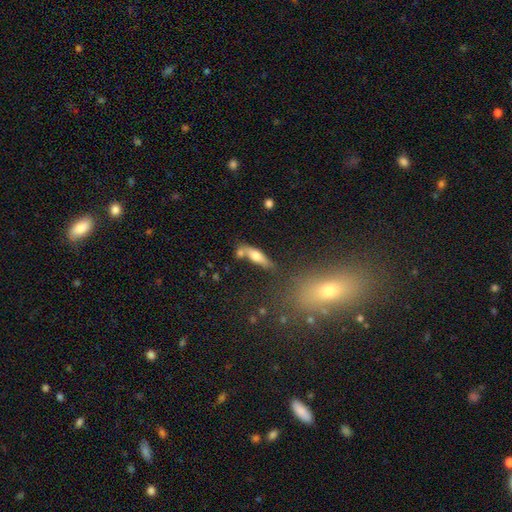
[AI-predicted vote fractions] Q: Smooth or featured?
A: smooth (60%); runner-up: featured or disk (32%)
Q: How rounded?
A: cigar-shaped (50%); runner-up: in between (46%)
Q: Merging?
A: none (51%); runner-up: merger (23%)